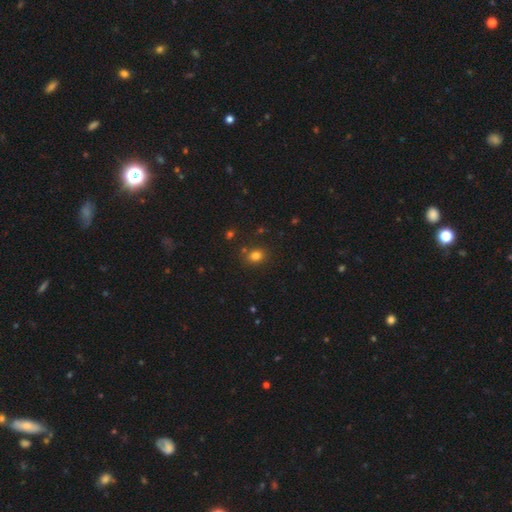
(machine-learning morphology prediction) Q: Smooth or featured?
A: smooth (79%); runner-up: star or artifact (14%)
Q: How rounded?
A: round (56%); runner-up: in between (43%)
Q: Merging?
A: none (81%); runner-up: minor disturbance (11%)